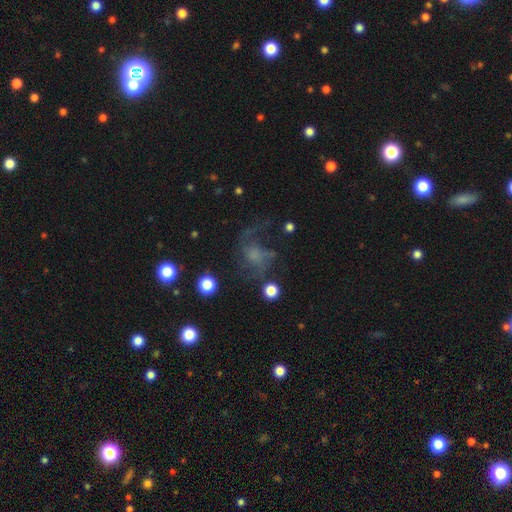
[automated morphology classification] featured or disk 50%, smooth 31%, star or artifact 19%. Down the decision tree: merging — none (41%).